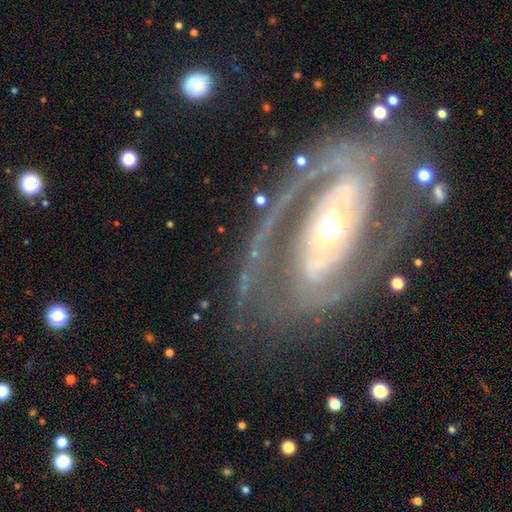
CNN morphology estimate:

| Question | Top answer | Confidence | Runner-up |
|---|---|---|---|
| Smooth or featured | featured or disk | 87% | smooth (7%) |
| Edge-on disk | no | 94% | yes (6%) |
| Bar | no | 41% | strong (34%) |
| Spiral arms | yes | 90% | no (10%) |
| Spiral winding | tight | 43% | medium (42%) |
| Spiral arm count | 2 | 75% | can't tell (9%) |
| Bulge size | moderate | 62% | small (23%) |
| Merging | none | 67% | minor disturbance (15%) |